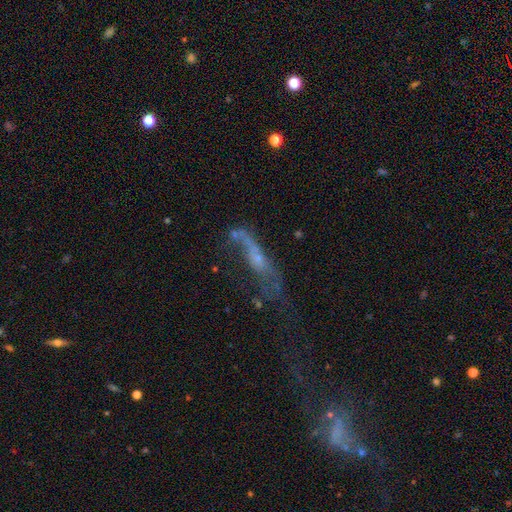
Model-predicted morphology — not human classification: smooth_or_featured: featured or disk (p=0.57) [alt: smooth p=0.29]
disk_edge_on: no (p=0.72) [alt: yes p=0.28]
merging: major disturbance (p=0.44) [alt: none p=0.27]